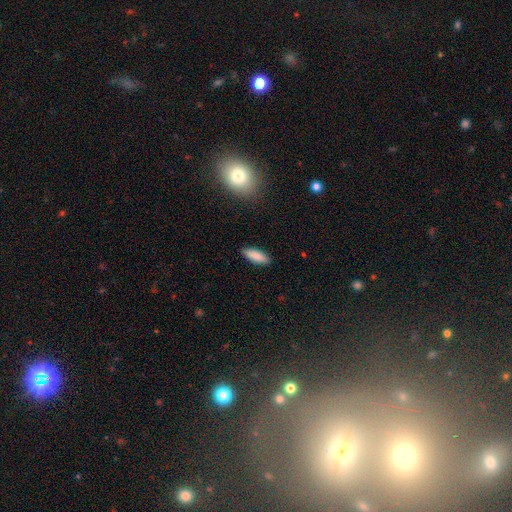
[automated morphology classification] Smooth or featured? Predicted: smooth (p=0.87). How rounded? Predicted: in between (p=0.66). Merging? Predicted: none (p=0.89).